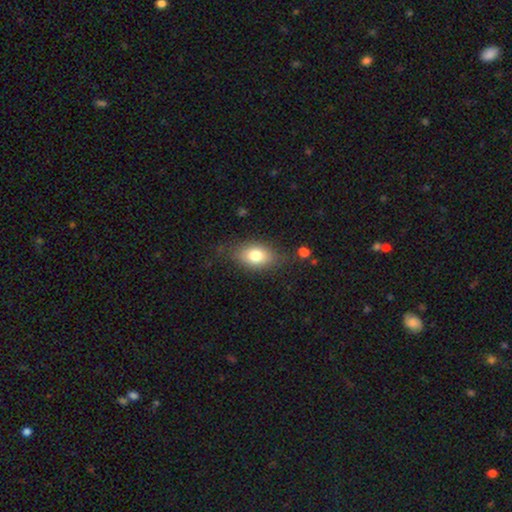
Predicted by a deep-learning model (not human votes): Q: Smooth or featured?
A: smooth (77%); runner-up: featured or disk (14%)
Q: How rounded?
A: in between (81%); runner-up: round (16%)
Q: Merging?
A: none (73%); runner-up: minor disturbance (19%)